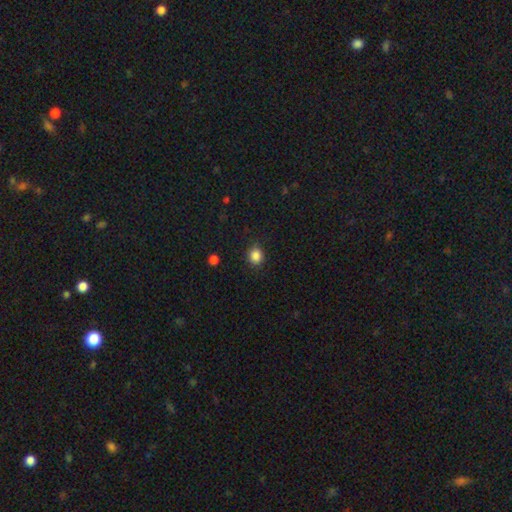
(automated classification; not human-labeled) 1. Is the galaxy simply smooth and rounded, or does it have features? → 86% smooth, 11% star or artifact, 3% featured or disk.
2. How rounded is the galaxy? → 73% round, 26% in between, 1% cigar-shaped.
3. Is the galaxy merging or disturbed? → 85% none, 11% minor disturbance, 3% major disturbance, 1% merger.